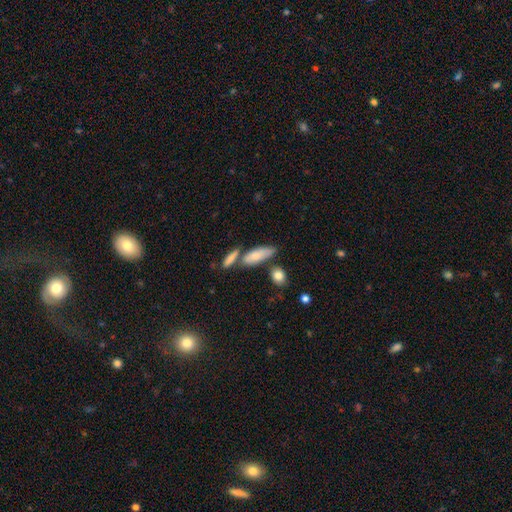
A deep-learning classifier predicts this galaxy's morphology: This is likely a smooth galaxy (62%). How rounded: possibly in between (56%). Merging: possibly none (59%).